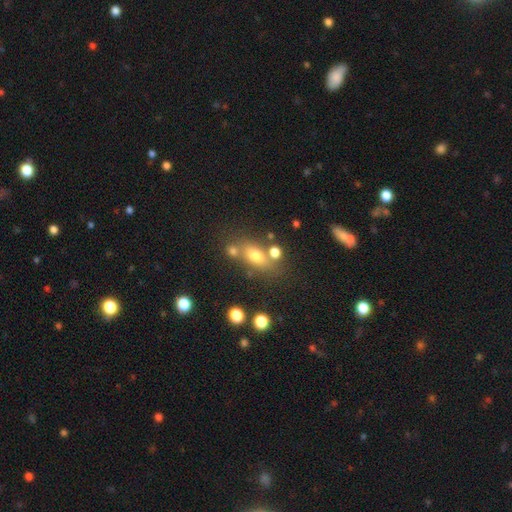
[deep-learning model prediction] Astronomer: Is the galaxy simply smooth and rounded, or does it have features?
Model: smooth — 68%.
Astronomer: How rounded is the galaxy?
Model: in between — 71%.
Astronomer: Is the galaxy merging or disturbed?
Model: none — 60%.